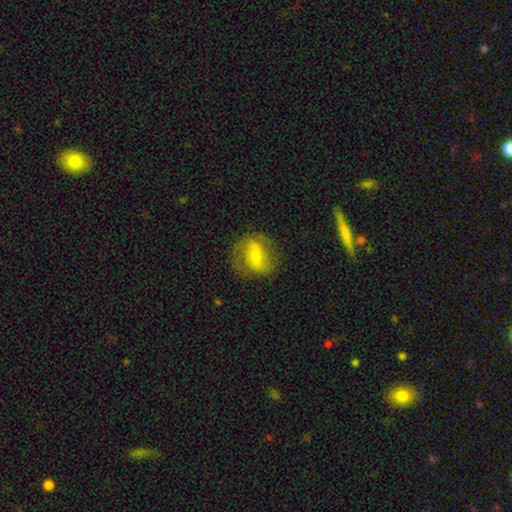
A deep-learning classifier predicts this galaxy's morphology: This appears to be a featured or disk galaxy (62%) with a strong bar (43%), spiral arms (73%) and a moderate central bulge (48%). Merging: none (71%).